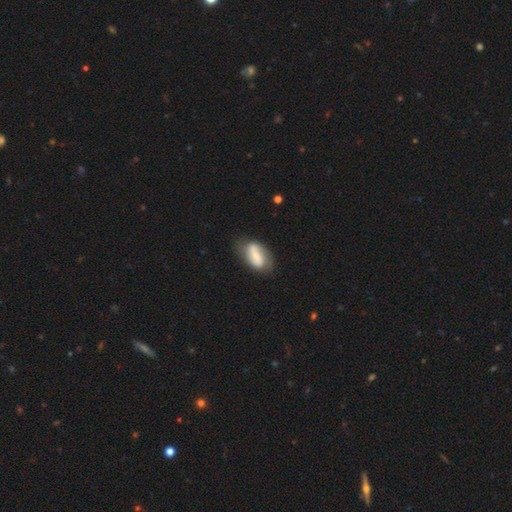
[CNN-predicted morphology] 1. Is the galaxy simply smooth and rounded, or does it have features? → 49% featured or disk, 44% smooth, 7% star or artifact.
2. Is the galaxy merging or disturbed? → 64% none, 24% minor disturbance, 8% major disturbance, 3% merger.